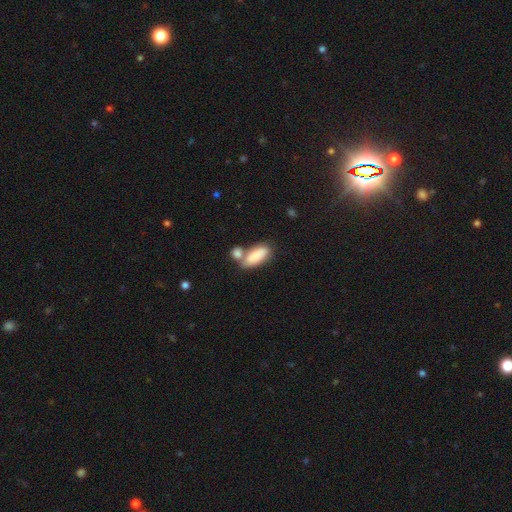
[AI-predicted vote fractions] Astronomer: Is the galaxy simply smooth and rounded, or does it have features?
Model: smooth — 83%.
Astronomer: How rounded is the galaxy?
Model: in between — 85%.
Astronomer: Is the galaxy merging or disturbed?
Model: merger — 48% (runner-up: none, 34%).